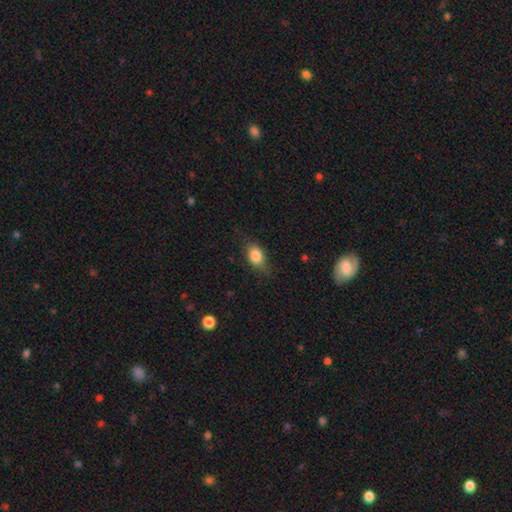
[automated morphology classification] A smooth galaxy with no disk features (80%) that is in between round and cigar-shaped (74%).

Vote fractions:
- Smooth or featured? smooth: 80% / featured or disk: 12% / star or artifact: 8%
- How rounded? in between: 74% / round: 22% / cigar-shaped: 5%
- Merging? none: 69% / minor disturbance: 22% / major disturbance: 7% / merger: 1%